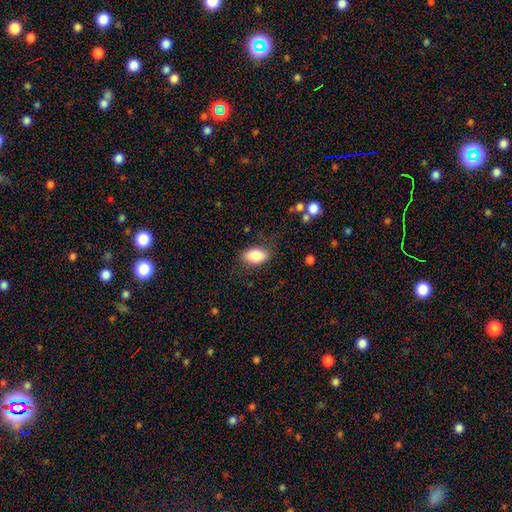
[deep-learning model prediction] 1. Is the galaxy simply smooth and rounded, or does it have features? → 83% smooth, 9% featured or disk, 7% star or artifact.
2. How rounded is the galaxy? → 90% in between, 7% round, 2% cigar-shaped.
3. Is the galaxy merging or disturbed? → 80% none, 14% minor disturbance, 4% major disturbance, 1% merger.